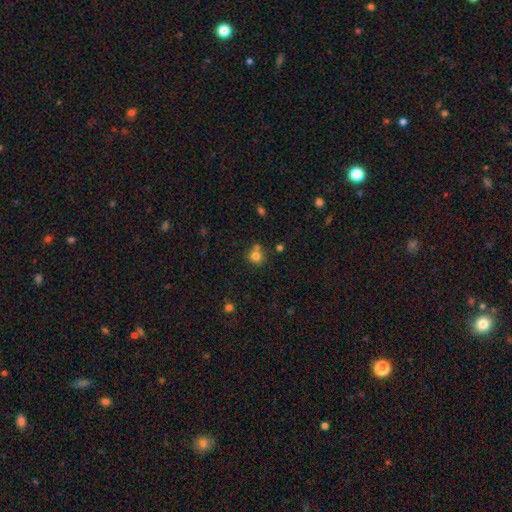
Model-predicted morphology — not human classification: Smooth or featured? smooth (78%)
How rounded? round (82%)
Merging? none (57%)